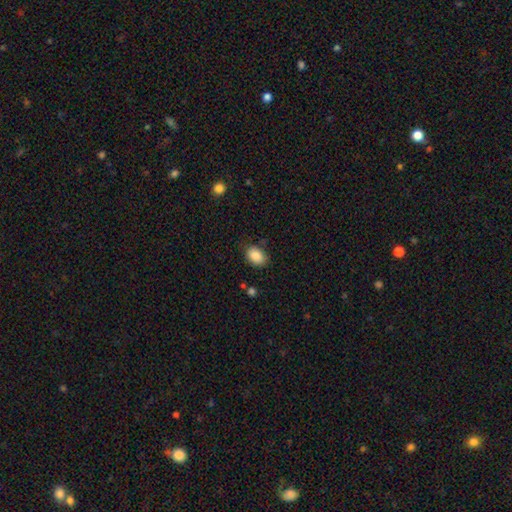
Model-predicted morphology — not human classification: smooth_or_featured: smooth (p=0.87) [alt: star or artifact p=0.08]
how_rounded: in between (p=0.80) [alt: round p=0.19]
merging: none (p=0.80) [alt: minor disturbance p=0.14]